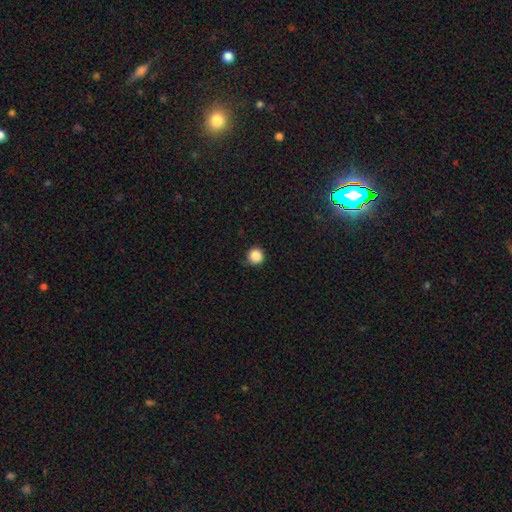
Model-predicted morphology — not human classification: Smooth or featured: smooth — 87% (star or artifact — 10%)
How rounded: round — 95% (in between — 4%)
Merging: none — 90% (minor disturbance — 7%)